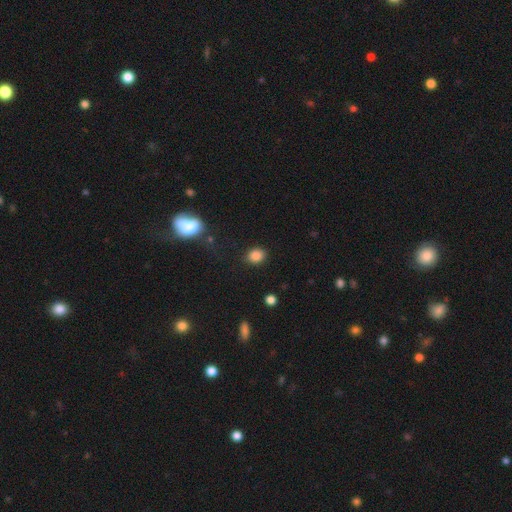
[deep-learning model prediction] Smooth or featured?
  - smooth: 85% *
  - star or artifact: 10%
  - featured or disk: 5%
How rounded?
  - round: 51% *
  - in between: 48%
  - cigar-shaped: 1%
Merging?
  - none: 86% *
  - minor disturbance: 9%
  - major disturbance: 3%
  - merger: 2%